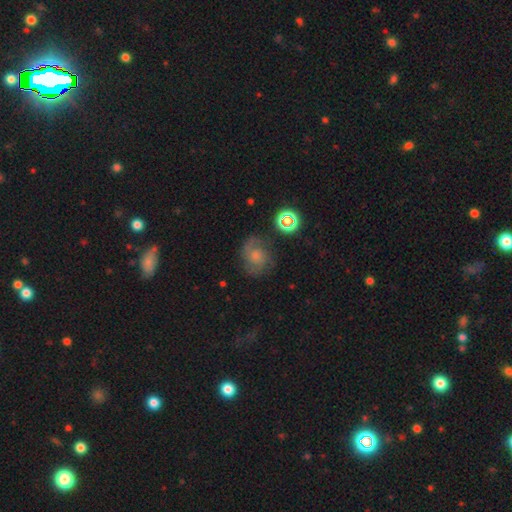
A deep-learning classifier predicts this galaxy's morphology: Smooth or featured: featured or disk — 51% (smooth — 33%)
Edge-on disk: no — 97% (yes — 3%)
Merging: none — 64% (minor disturbance — 21%)